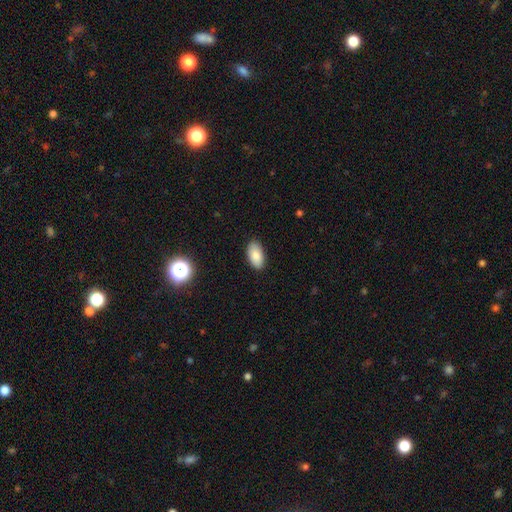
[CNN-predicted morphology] The model was most divided on "smooth or featured": smooth: 85%, star or artifact: 8%, featured or disk: 7%. More confident: how rounded — in between (94%); merging — none (88%).